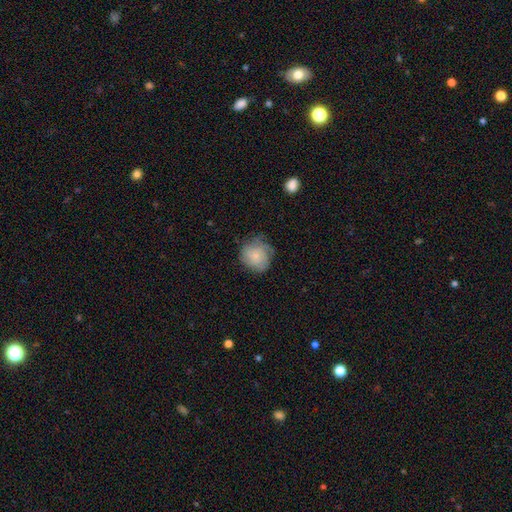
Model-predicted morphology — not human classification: type=smooth (56%); roundness=round (83%); merging=none (59%).